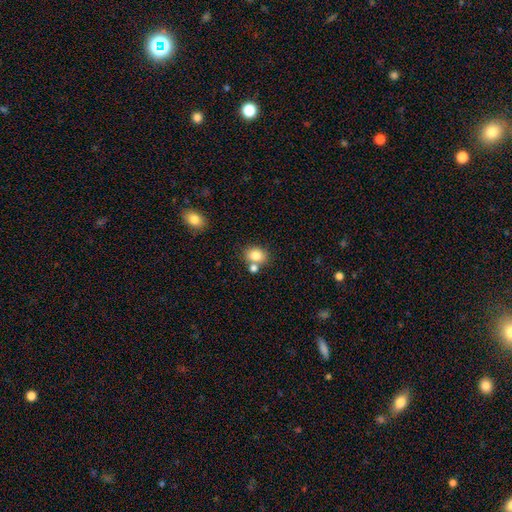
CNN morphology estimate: Q: Smooth or featured?
A: smooth (82%); runner-up: star or artifact (10%)
Q: How rounded?
A: round (52%); runner-up: in between (47%)
Q: Merging?
A: none (62%); runner-up: merger (24%)